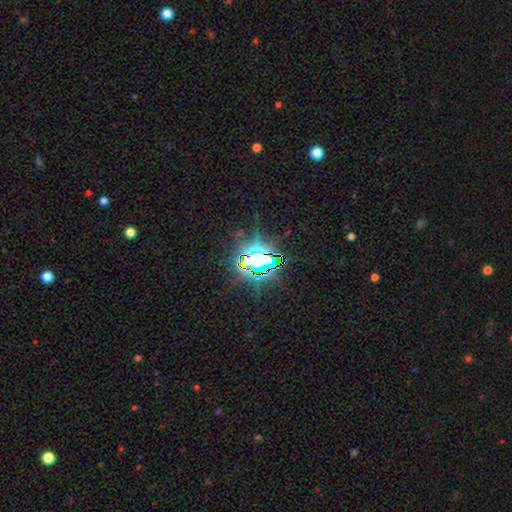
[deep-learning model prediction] This appears to be a star or artifact, not a galaxy (82%).